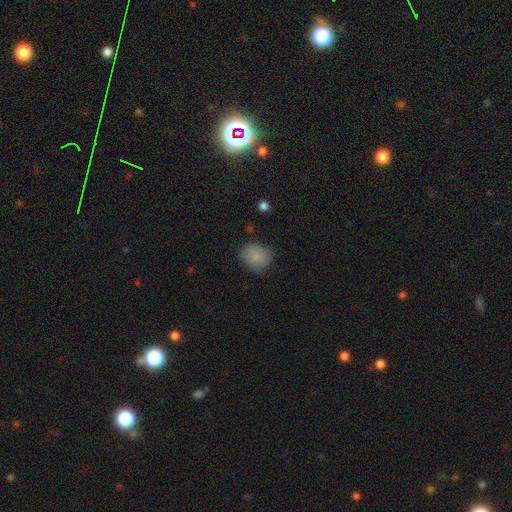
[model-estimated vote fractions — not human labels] This appears to be a smooth galaxy with no disk features (84%) that is round (73%). Merging: none (74%).